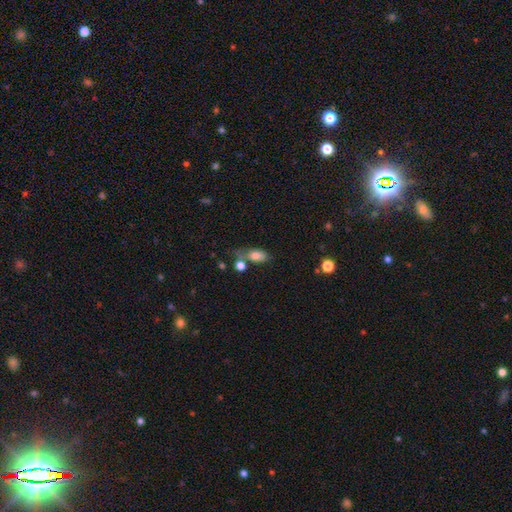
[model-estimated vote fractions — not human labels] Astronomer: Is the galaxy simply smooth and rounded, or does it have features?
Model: smooth — 80%.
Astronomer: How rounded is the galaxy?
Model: in between — 86%.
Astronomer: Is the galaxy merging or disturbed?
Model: none — 45% (runner-up: merger, 23%).